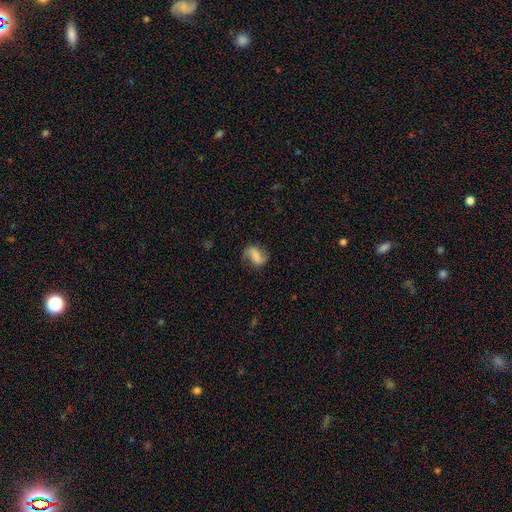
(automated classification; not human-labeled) The model was most divided on "smooth or featured": featured or disk: 52%, smooth: 38%, star or artifact: 10%. More confident: edge-on disk — no (96%); merging — none (66%).